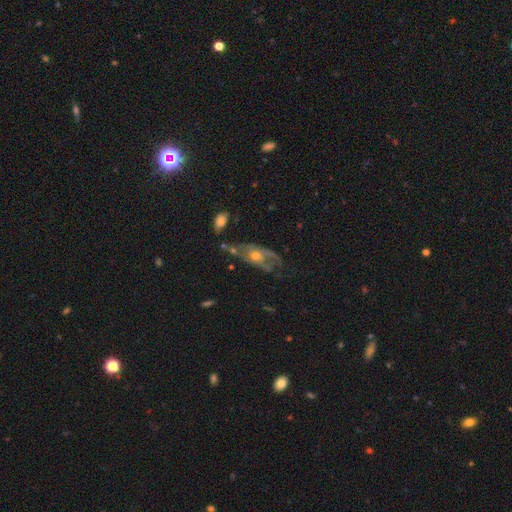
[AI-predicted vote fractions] smooth-or-featured: featured or disk: 69% | smooth: 20% | star or artifact: 11%
  disk-edge-on: no: 83% | yes: 17%
    bar: no: 80% | weak: 16% | strong: 4%
    has-spiral-arms: yes: 61% | no: 39%
    bulge-size: moderate: 60% | small: 33% | large: 4% | none: 2% | dominant: 1%
  merging: none: 44% | minor disturbance: 25% | major disturbance: 23% | merger: 8%